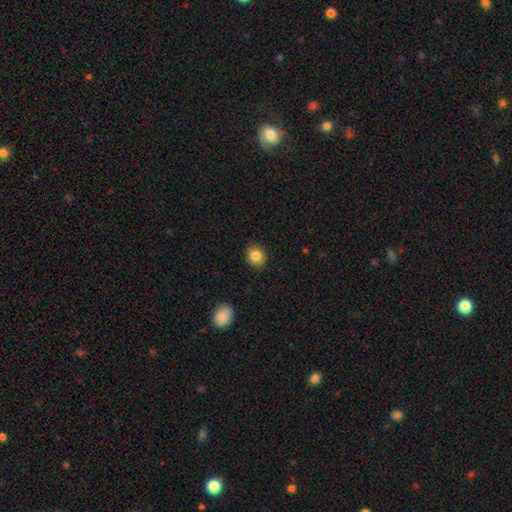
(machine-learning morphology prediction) type=smooth (84%); roundness=round (66%); merging=none (90%).